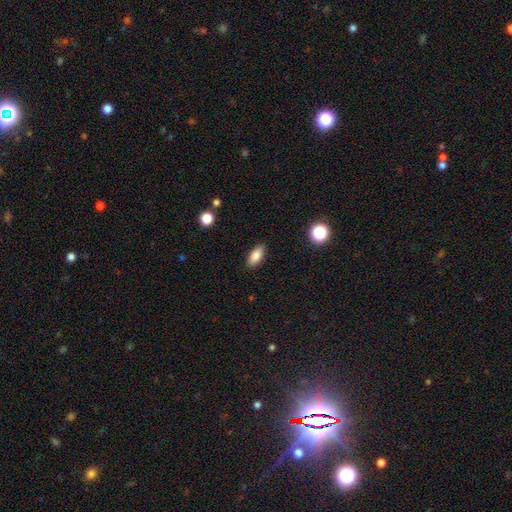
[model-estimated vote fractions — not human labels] Smooth or featured? smooth (85%)
How rounded? in between (85%)
Merging? none (88%)